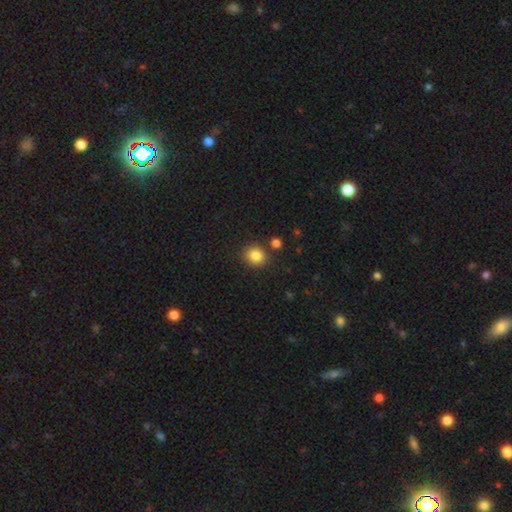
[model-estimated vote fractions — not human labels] Smooth or featured? smooth (85%)
How rounded? round (79%)
Merging? none (83%)